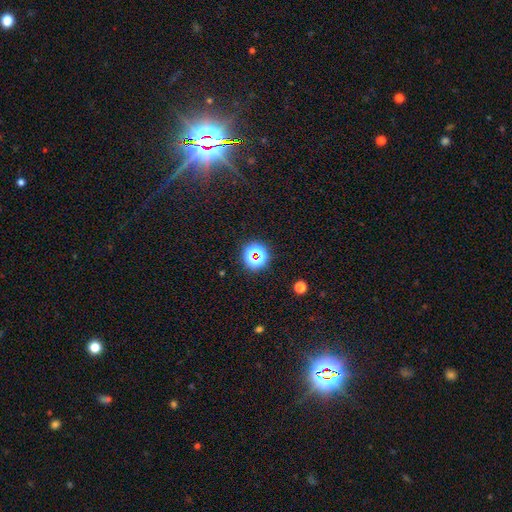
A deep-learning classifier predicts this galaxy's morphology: Overall: star or artifact (63%; smooth 28%).